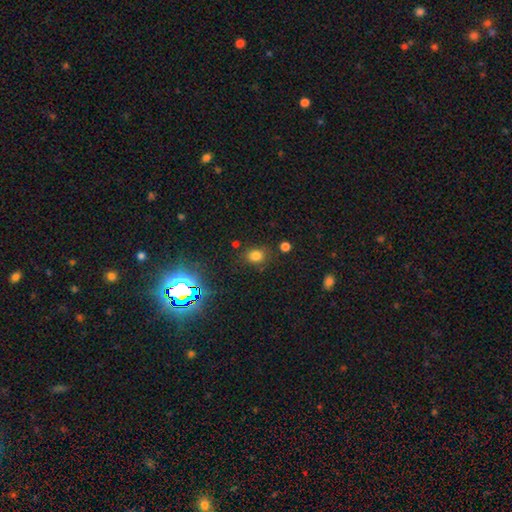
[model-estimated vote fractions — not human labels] A smooth galaxy with no disk features (75%) that is round (59%).

Vote fractions:
- Smooth or featured? smooth: 75% / star or artifact: 19% / featured or disk: 6%
- How rounded? round: 59% / in between: 40% / cigar-shaped: 1%
- Merging? none: 78% / minor disturbance: 13% / major disturbance: 5% / merger: 4%